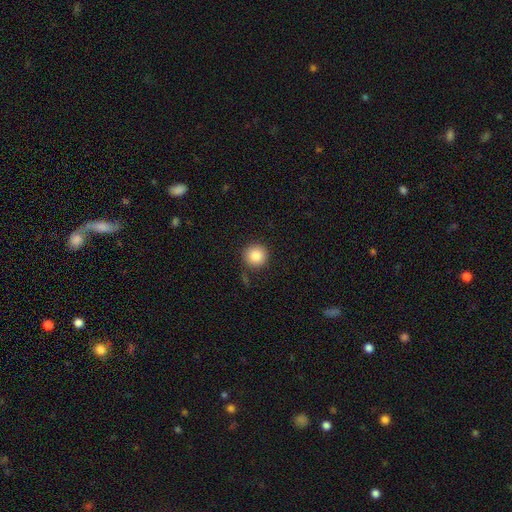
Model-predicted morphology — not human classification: smooth 85%, star or artifact 9%, featured or disk 6%. Down the decision tree: how rounded — round (95%); merging — none (87%).